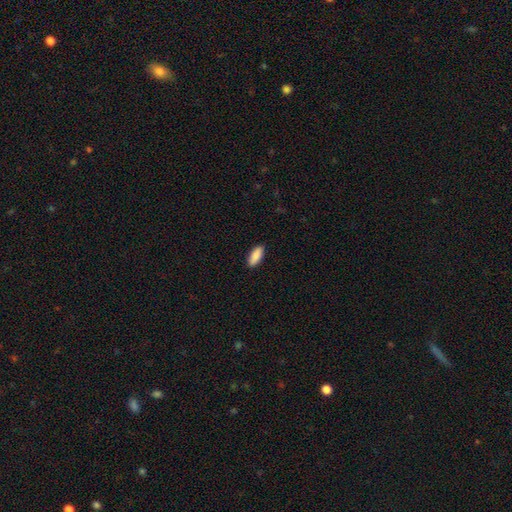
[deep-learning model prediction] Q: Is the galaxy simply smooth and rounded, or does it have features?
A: smooth — 89%.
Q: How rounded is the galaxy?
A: in between — 79%.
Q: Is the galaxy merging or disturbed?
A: none — 89%.